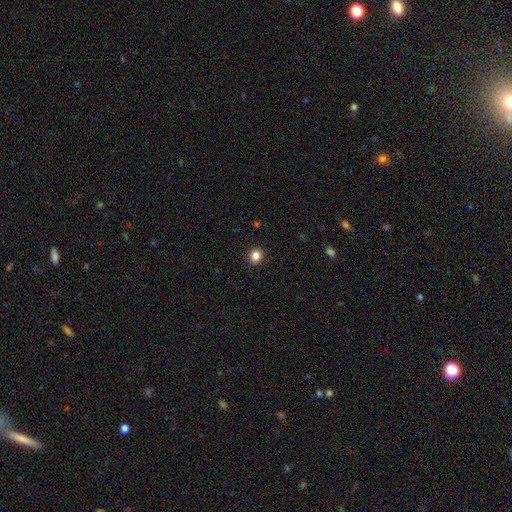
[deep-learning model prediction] smooth 85%, star or artifact 11%, featured or disk 4%. Down the decision tree: how rounded — round (73%); merging — none (92%).